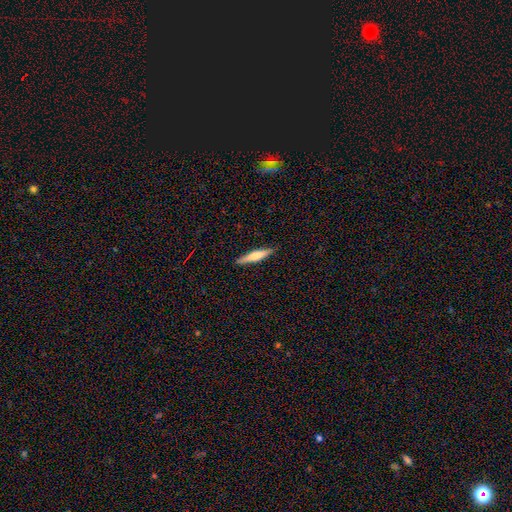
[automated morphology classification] type=smooth (63%); roundness=cigar-shaped (88%); merging=none (89%).